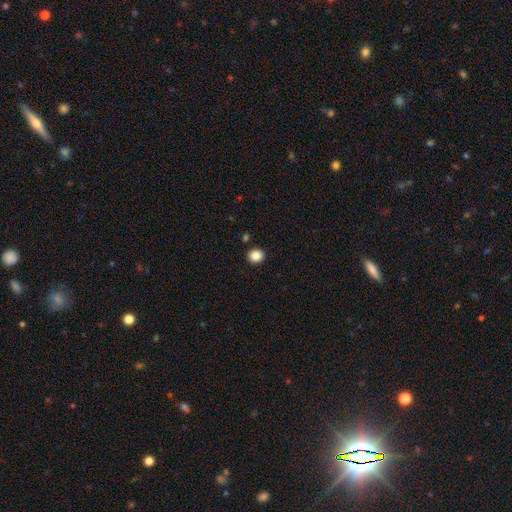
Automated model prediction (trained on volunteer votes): smooth_or_featured: smooth (p=0.86) [alt: star or artifact p=0.10]
how_rounded: round (p=0.76) [alt: in between p=0.23]
merging: none (p=0.91) [alt: minor disturbance p=0.05]